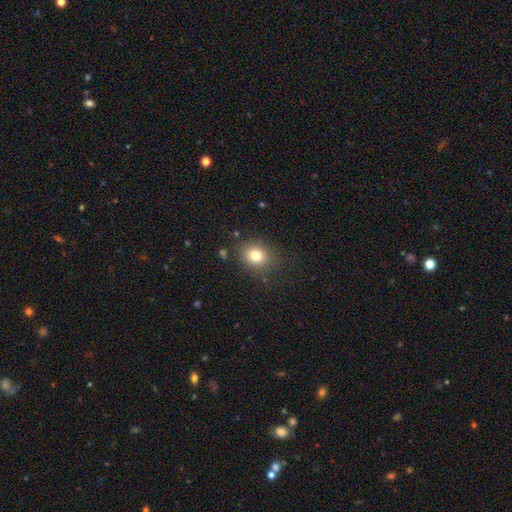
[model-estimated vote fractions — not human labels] Smooth or featured?
  - smooth: 79% *
  - star or artifact: 12%
  - featured or disk: 9%
How rounded?
  - round: 69% *
  - in between: 30%
  - cigar-shaped: 1%
Merging?
  - none: 82% *
  - minor disturbance: 11%
  - major disturbance: 4%
  - merger: 2%